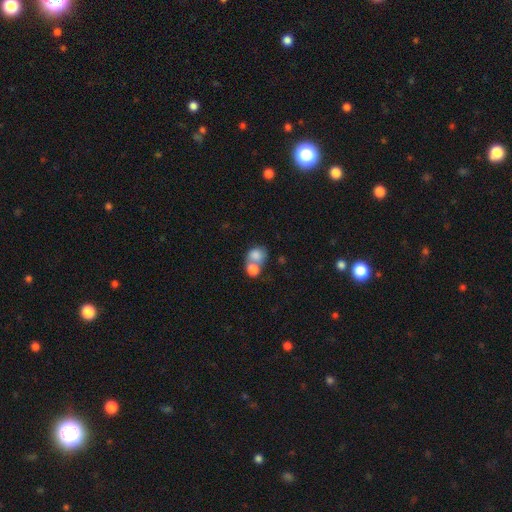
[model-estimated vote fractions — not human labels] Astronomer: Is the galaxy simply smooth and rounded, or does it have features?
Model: smooth — 80%.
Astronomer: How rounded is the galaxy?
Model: round — 63%.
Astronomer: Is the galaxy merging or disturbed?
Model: merger — 65%.